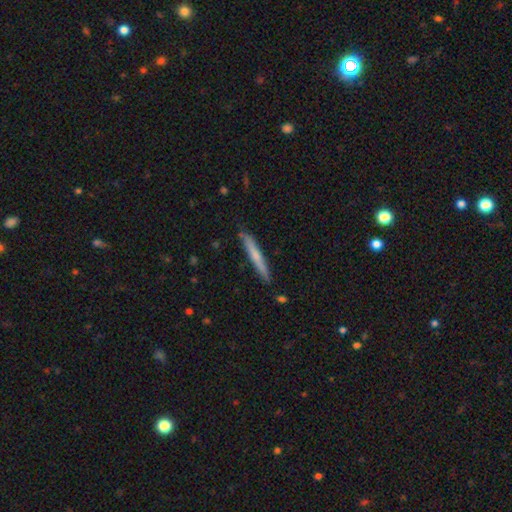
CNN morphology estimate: Smooth or featured?
  - smooth: 61% *
  - featured or disk: 34%
  - star or artifact: 5%
How rounded?
  - cigar-shaped: 96% *
  - in between: 3%
  - round: 1%
Merging?
  - none: 87% *
  - minor disturbance: 10%
  - major disturbance: 2%
  - merger: 1%